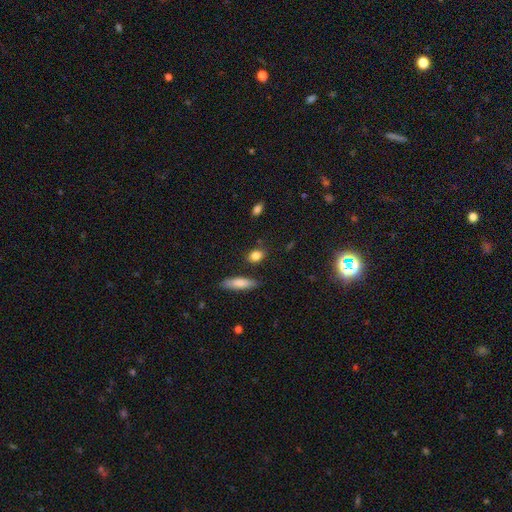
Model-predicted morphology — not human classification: This is clearly a smooth galaxy (85%). How rounded: possibly in between (59%). Merging: clearly none (81%).